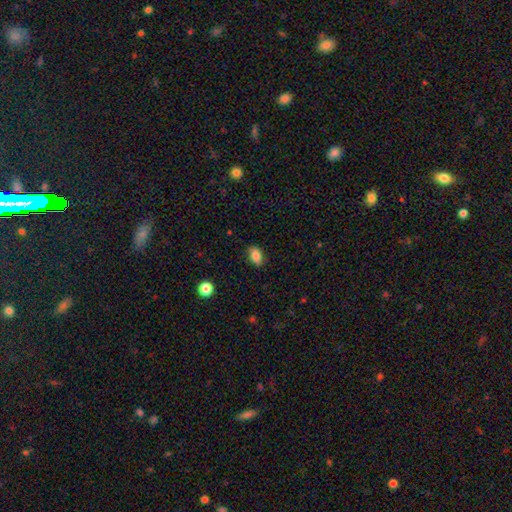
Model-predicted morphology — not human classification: type=smooth (83%); roundness=in between (86%); merging=none (83%).